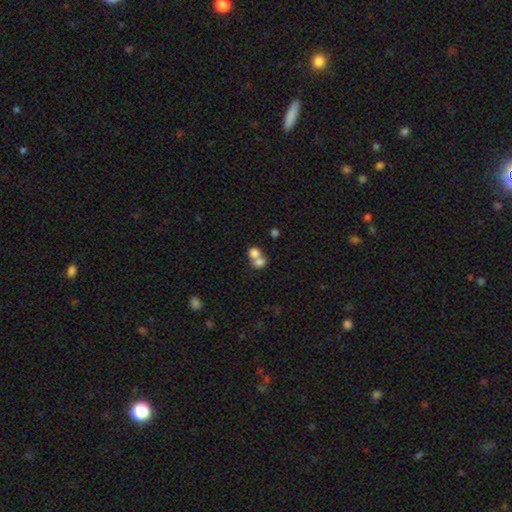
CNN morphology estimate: Smooth or featured? Predicted: smooth (p=0.77). How rounded? Predicted: round (p=0.62). Merging? Predicted: merger (p=0.65).